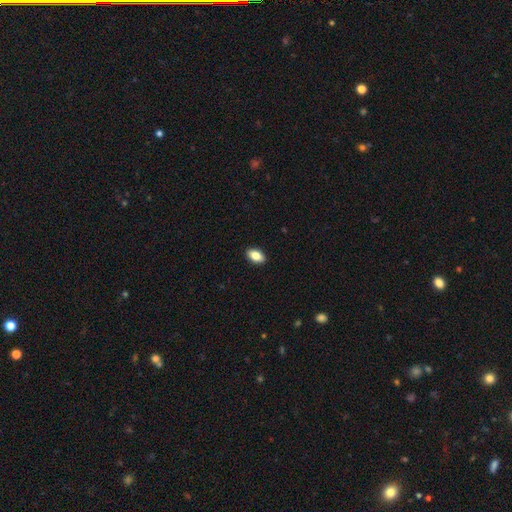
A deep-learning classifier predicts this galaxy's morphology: Smooth or featured? smooth (82%)
How rounded? in between (90%)
Merging? none (90%)